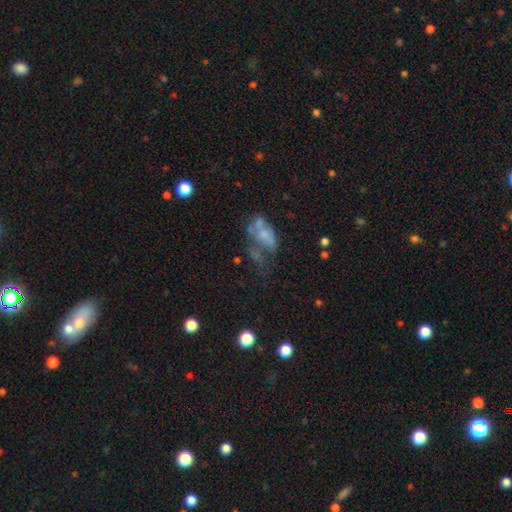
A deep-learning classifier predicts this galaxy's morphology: This appears to be a featured or disk galaxy (46%). Merging: major disturbance (34%).